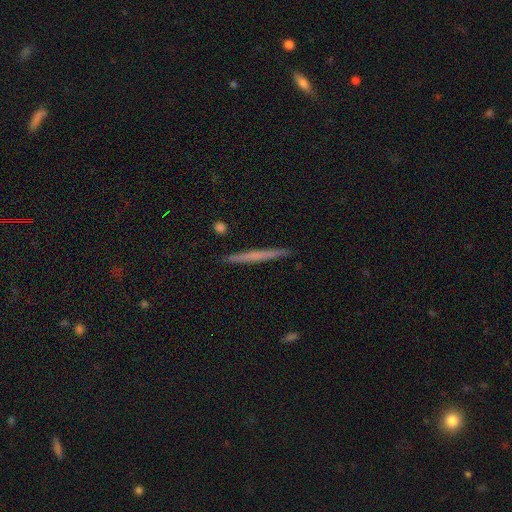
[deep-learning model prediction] smooth-or-featured: smooth: 48% | featured or disk: 45% | star or artifact: 6%
  merging: none: 92% | minor disturbance: 5% | major disturbance: 1% | merger: 1%